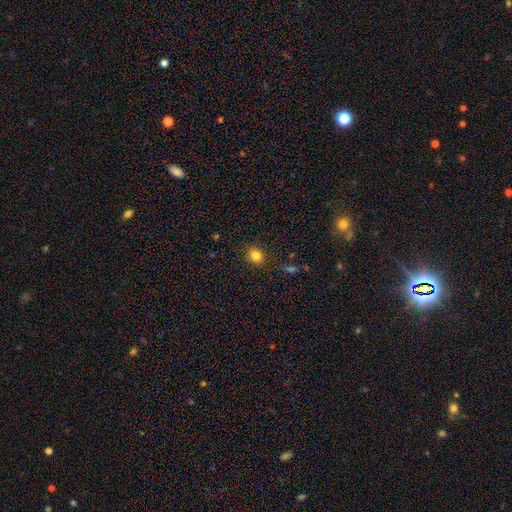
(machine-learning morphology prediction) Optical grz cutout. It shows a smooth galaxy with no disk features (82%) that is round (72%). Merging: none (88%).